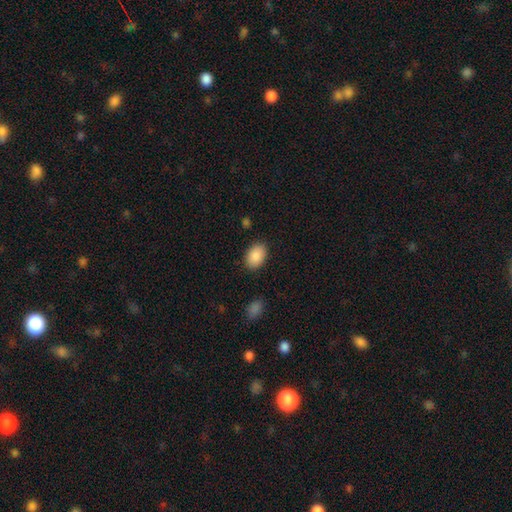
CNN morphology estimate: smooth_or_featured: smooth (p=0.89) [alt: star or artifact p=0.07]
how_rounded: in between (p=0.87) [alt: round p=0.11]
merging: none (p=0.87) [alt: minor disturbance p=0.09]